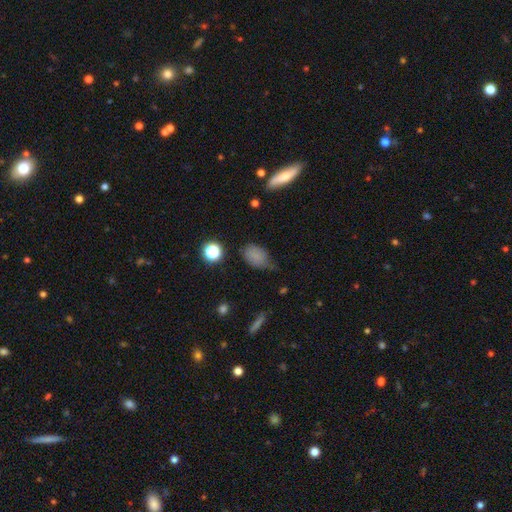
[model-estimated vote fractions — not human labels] smooth_or_featured: smooth (p=0.78) [alt: star or artifact p=0.14]
how_rounded: in between (p=0.79) [alt: round p=0.20]
merging: none (p=0.49) [alt: minor disturbance p=0.38]